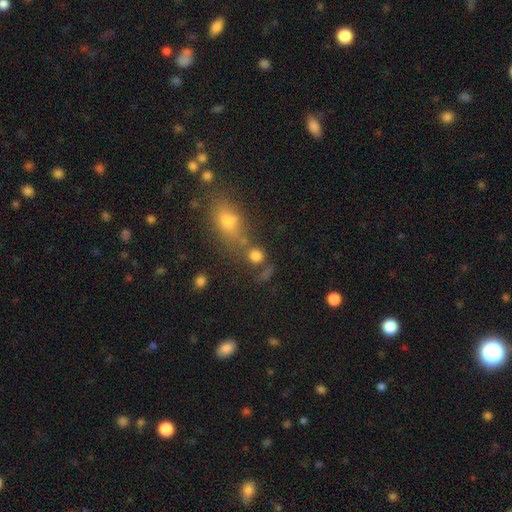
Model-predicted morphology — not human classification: The model was most divided on "merging": none: 57%, merger: 23%, minor disturbance: 12%, major disturbance: 8%. More confident: smooth or featured — smooth (78%); how rounded — round (77%).